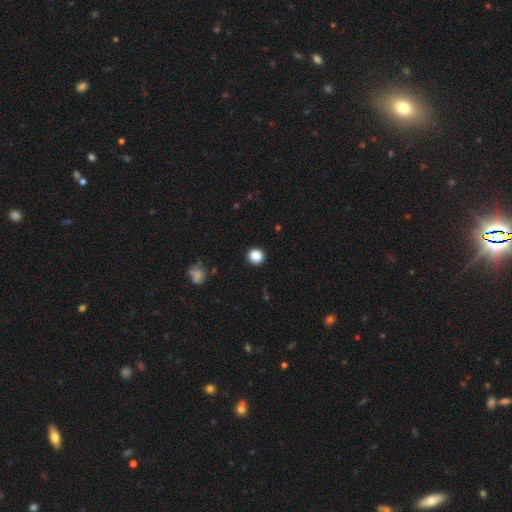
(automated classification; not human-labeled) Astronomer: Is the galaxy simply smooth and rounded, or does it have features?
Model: smooth — 86%.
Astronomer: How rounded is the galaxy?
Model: round — 92%.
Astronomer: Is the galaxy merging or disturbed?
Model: none — 91%.